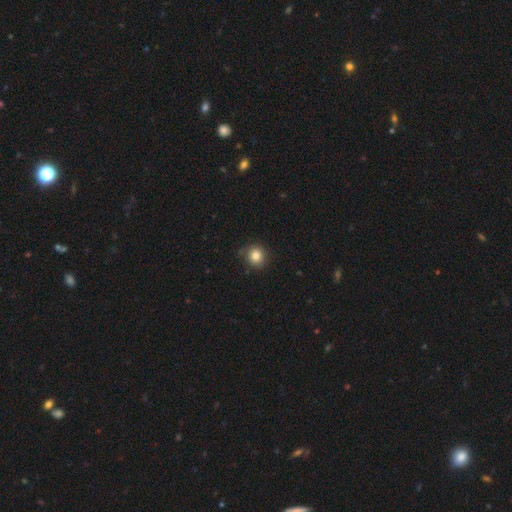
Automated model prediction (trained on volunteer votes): A smooth galaxy with no disk features (83%) that is round (89%). Merging: none (86%).